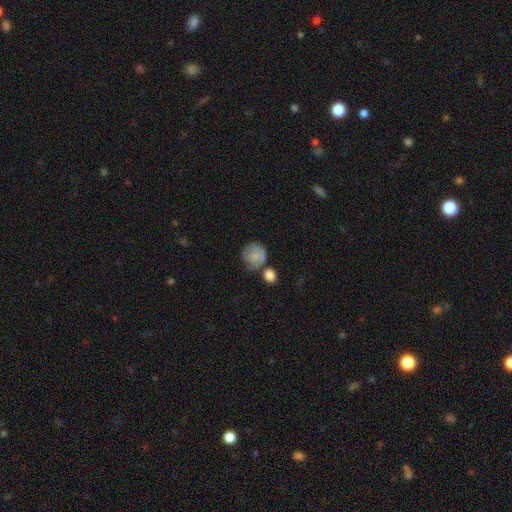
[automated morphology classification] A smooth galaxy with no disk features (74%) that is round (82%).

Vote fractions:
- Smooth or featured? smooth: 74% / featured or disk: 18% / star or artifact: 8%
- How rounded? round: 82% / in between: 17% / cigar-shaped: 1%
- Merging? none: 48% / minor disturbance: 23% / merger: 18% / major disturbance: 11%